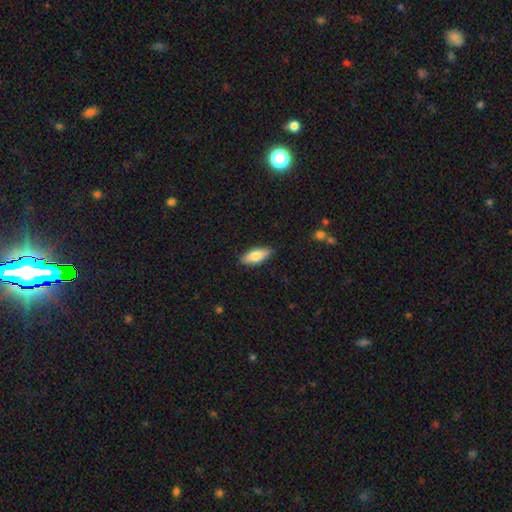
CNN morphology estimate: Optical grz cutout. It shows a smooth galaxy with no disk features (77%) that is in between round and cigar-shaped (79%). Merging: none (88%).